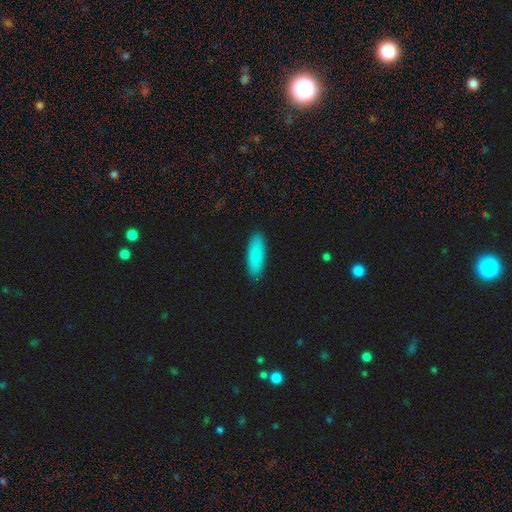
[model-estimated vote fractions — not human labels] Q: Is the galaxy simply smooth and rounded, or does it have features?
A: smooth — 87%.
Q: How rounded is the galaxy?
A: in between — 62%.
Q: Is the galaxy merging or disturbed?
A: none — 90%.